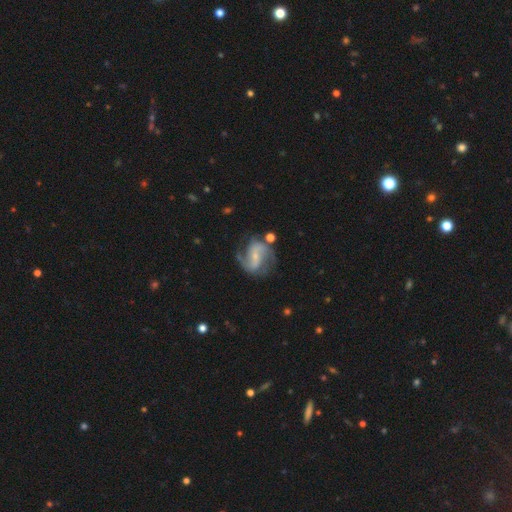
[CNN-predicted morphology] A featured or disk galaxy (85%) with a weak bar (42%), 2 (82%) medium (49%) spiral arms (96%) and a small central bulge (71%). Merging: none (66%).